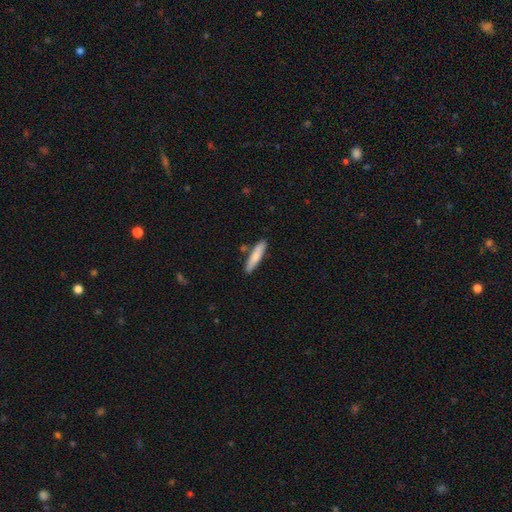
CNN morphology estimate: smooth_or_featured: smooth (p=0.78) [alt: featured or disk p=0.17]
how_rounded: cigar-shaped (p=0.84) [alt: in between p=0.15]
merging: none (p=0.83) [alt: minor disturbance p=0.11]